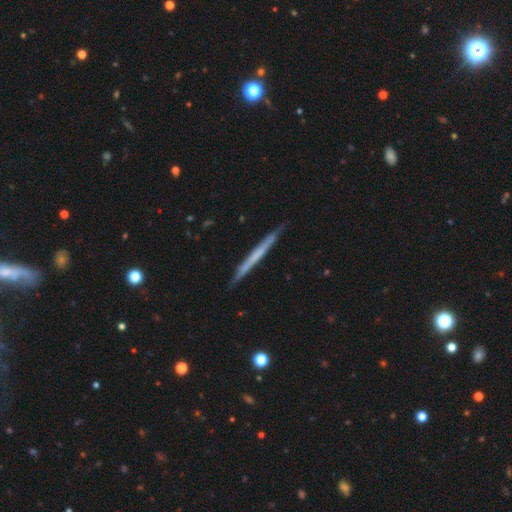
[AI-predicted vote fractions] The model was most divided on "smooth or featured": featured or disk: 50%, smooth: 45%, star or artifact: 5%. More confident: edge-on disk — yes (97%); merging — none (89%).